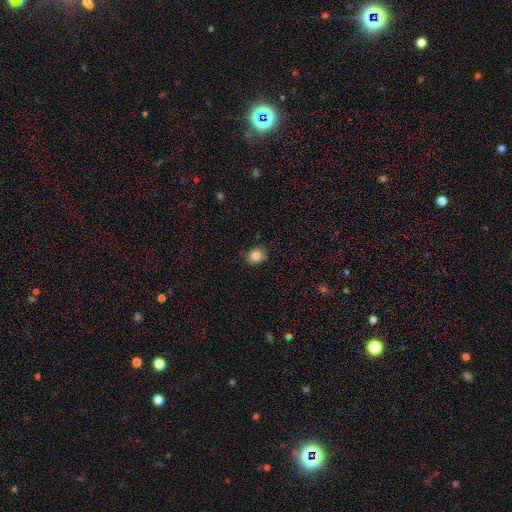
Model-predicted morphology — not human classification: A smooth galaxy with no disk features (83%) that is round (60%). Merging: none (86%).